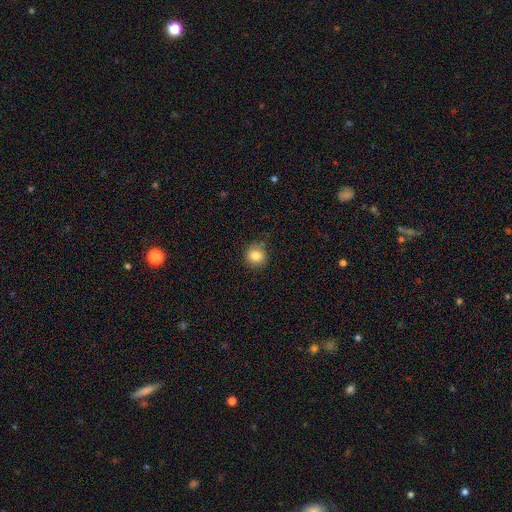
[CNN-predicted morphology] This appears to be a smooth galaxy with no disk features (83%) that is round (89%). Merging: none (80%).